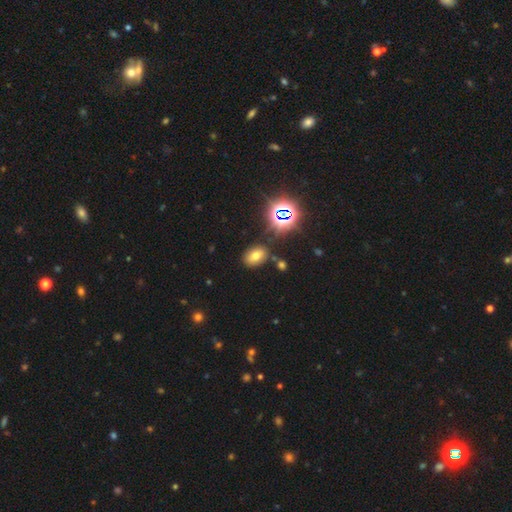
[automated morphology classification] A smooth galaxy with no disk features (59%) that is in between round and cigar-shaped (81%).

Vote fractions:
- Smooth or featured? smooth: 59% / star or artifact: 28% / featured or disk: 13%
- How rounded? in between: 81% / round: 17% / cigar-shaped: 2%
- Merging? none: 80% / minor disturbance: 11% / merger: 5% / major disturbance: 4%